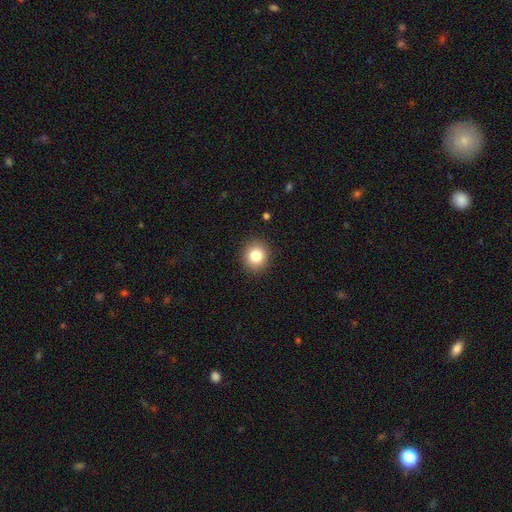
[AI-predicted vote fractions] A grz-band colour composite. It shows a smooth galaxy with no disk features (82%) that is round (84%). Merging: none (91%).